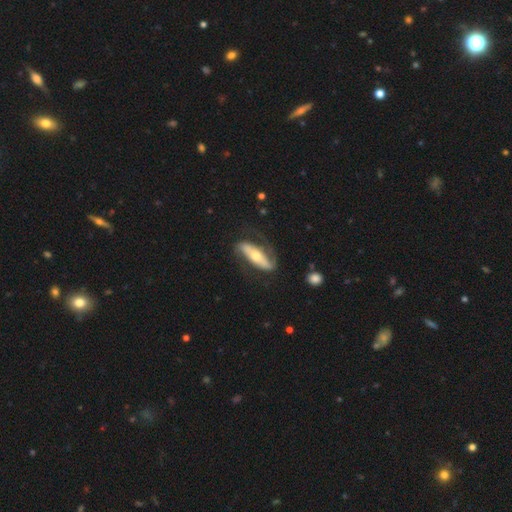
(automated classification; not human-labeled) A featured or disk galaxy (70%) with a strong bar (54%), spiral arms (82%) and a moderate central bulge (59%).

Vote fractions:
- Smooth or featured? featured or disk: 70% / smooth: 25% / star or artifact: 5%
- Edge-on disk? no: 74% / yes: 26%
- Bar? strong: 54% / no: 29% / weak: 17%
- Spiral arms? yes: 82% / no: 18%
- Bulge size? moderate: 59% / small: 32% / large: 6% / dominant: 2% / none: 1%
- Merging? none: 65% / minor disturbance: 19% / major disturbance: 14% / merger: 2%